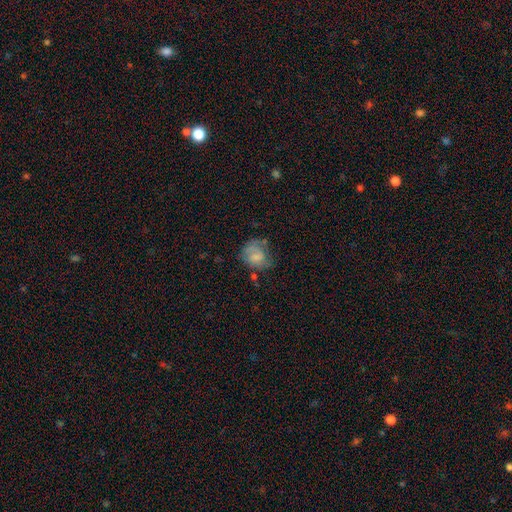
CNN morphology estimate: Q: Smooth or featured?
A: smooth (53%); runner-up: featured or disk (37%)
Q: How rounded?
A: round (59%); runner-up: in between (40%)
Q: Merging?
A: none (44%); runner-up: minor disturbance (29%)